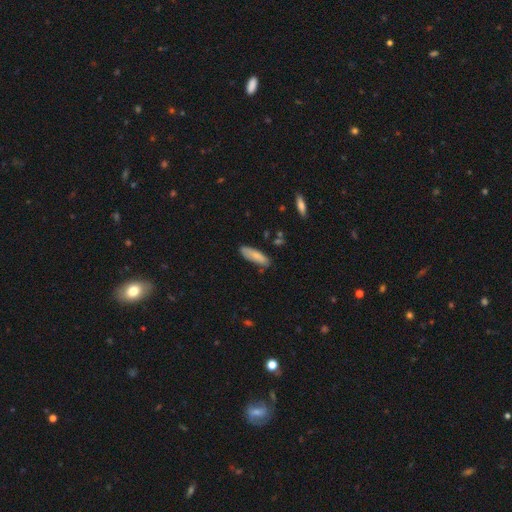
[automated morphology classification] This appears to be a smooth galaxy with no disk features (82%) that is in between round and cigar-shaped (50%). Merging: none (76%).